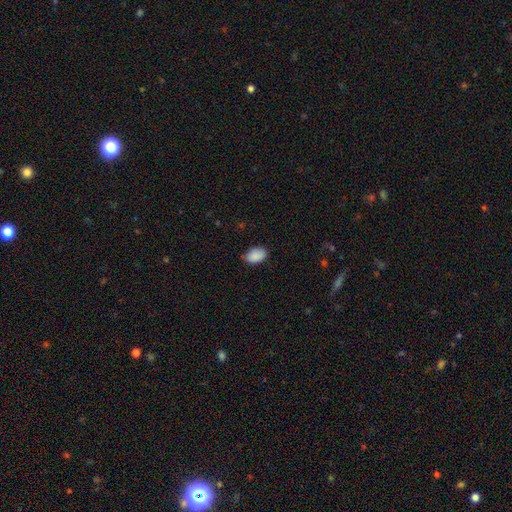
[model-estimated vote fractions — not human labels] This is clearly a smooth galaxy (90%). How rounded: clearly in between (91%). Merging: likely none (76%).